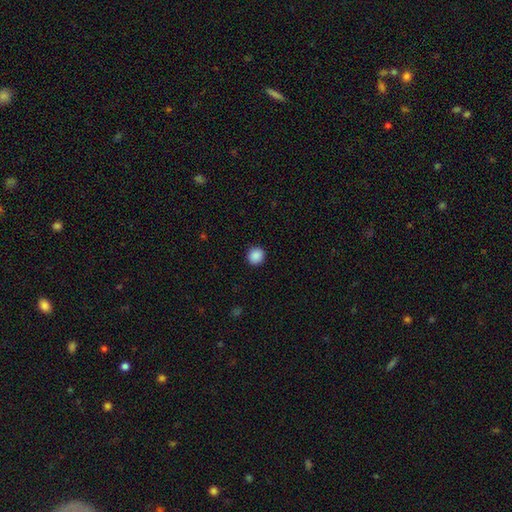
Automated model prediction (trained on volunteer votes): This appears to be a smooth galaxy with no disk features (89%) that is round (91%). Merging: none (92%).